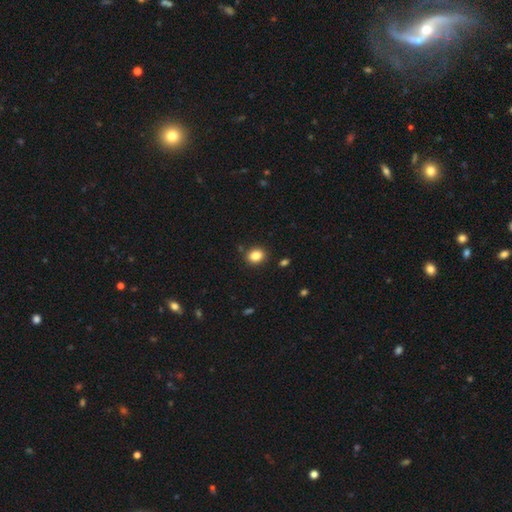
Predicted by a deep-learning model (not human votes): smooth 85%, star or artifact 10%, featured or disk 5%. Down the decision tree: how rounded — round (52%); merging — none (88%).